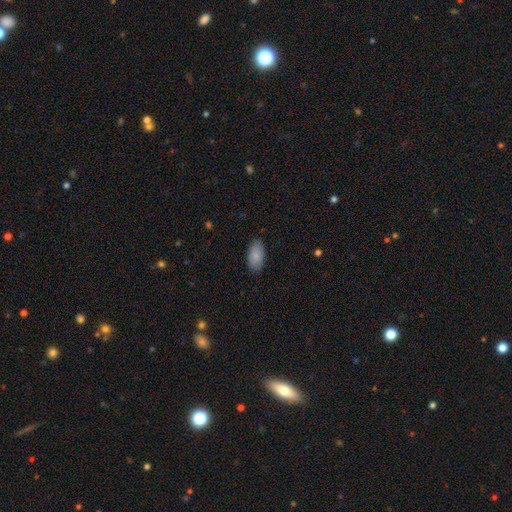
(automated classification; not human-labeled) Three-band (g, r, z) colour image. It shows a smooth galaxy with no disk features (86%) that is in between round and cigar-shaped (94%). Merging: none (85%).